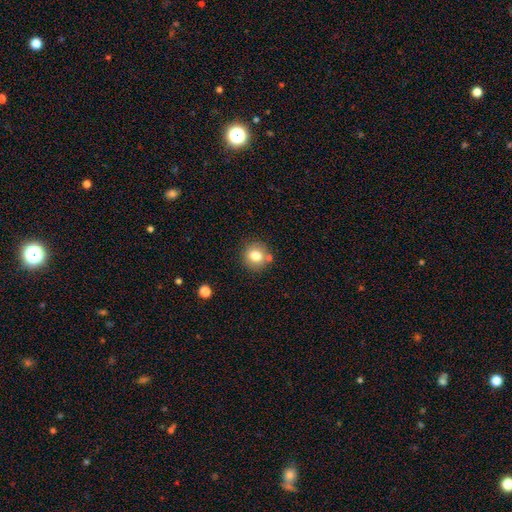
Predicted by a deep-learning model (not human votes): Smooth or featured?
  - smooth: 78% *
  - featured or disk: 12%
  - star or artifact: 11%
How rounded?
  - round: 89% *
  - in between: 10%
  - cigar-shaped: 1%
Merging?
  - none: 77% *
  - minor disturbance: 10%
  - merger: 10%
  - major disturbance: 3%